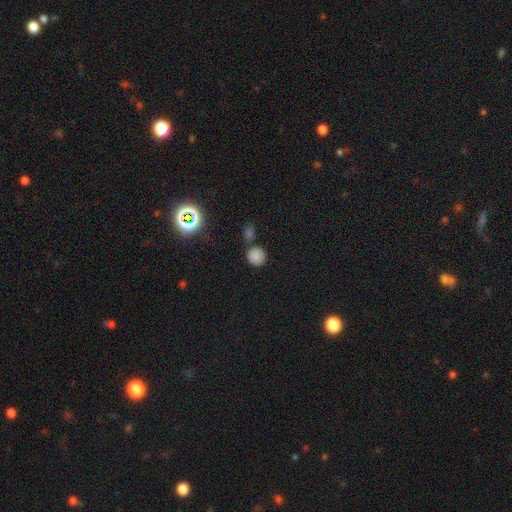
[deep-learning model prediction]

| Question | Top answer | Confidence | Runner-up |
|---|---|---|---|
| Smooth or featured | smooth | 79% | star or artifact (15%) |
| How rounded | round | 89% | in between (10%) |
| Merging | none | 68% | merger (18%) |